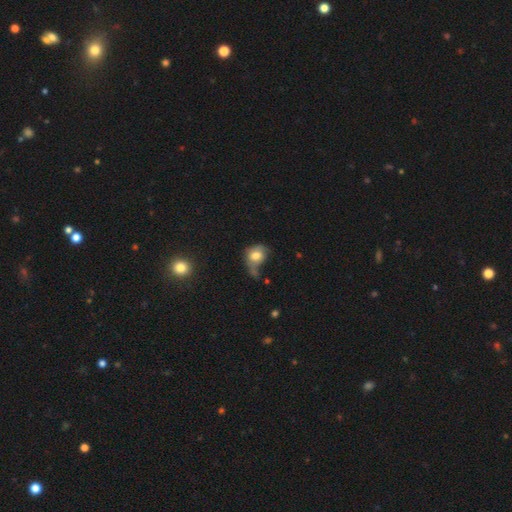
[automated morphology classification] type=smooth (66%); roundness=round (52%); merging=major disturbance (30%).